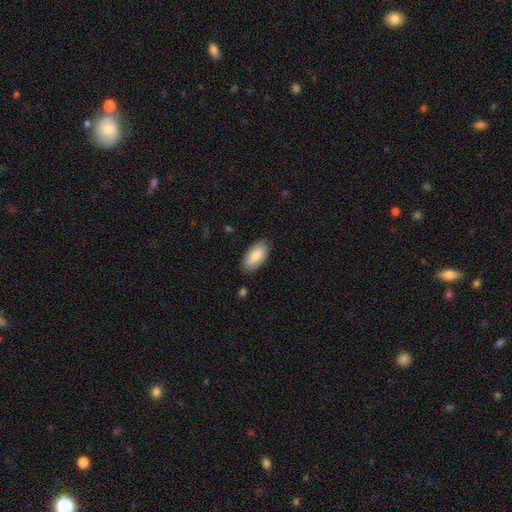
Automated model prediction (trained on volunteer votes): This appears to be a smooth galaxy with no disk features (82%) that is in between round and cigar-shaped (93%). Merging: none (85%).